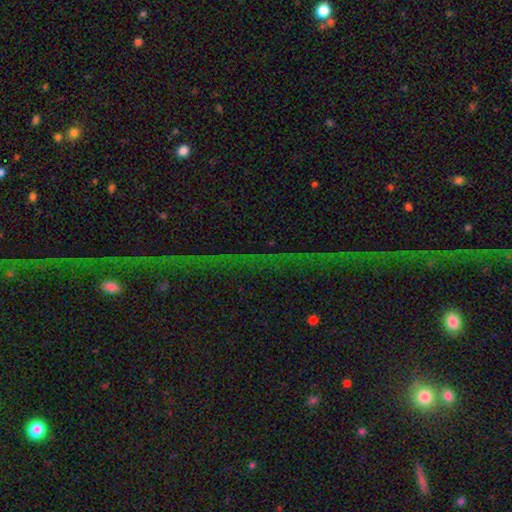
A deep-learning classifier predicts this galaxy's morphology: Smooth or featured? Predicted: star or artifact (p=0.76).